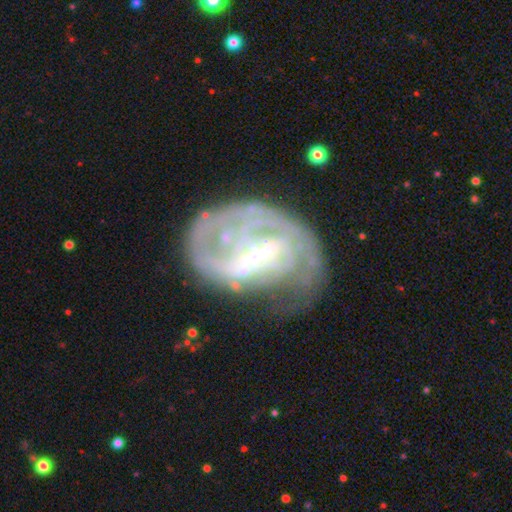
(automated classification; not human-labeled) Overall: featured or disk (80%). Edge-on disk: no (96%). Bar: weak (46%; strong 38%). Spiral arms: yes (80%). Spiral arm count: can't tell (40%; 2 28%). Spiral winding: tight (51%; medium 32%). Bulge size: small (54%; moderate 31%). Merging: none (44%; major disturbance 28%).